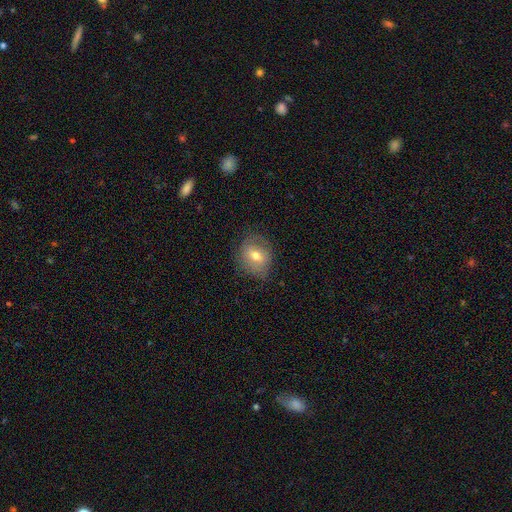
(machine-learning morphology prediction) Q: Smooth or featured?
A: smooth (64%); runner-up: featured or disk (27%)
Q: How rounded?
A: round (56%); runner-up: in between (43%)
Q: Merging?
A: none (71%); runner-up: minor disturbance (21%)